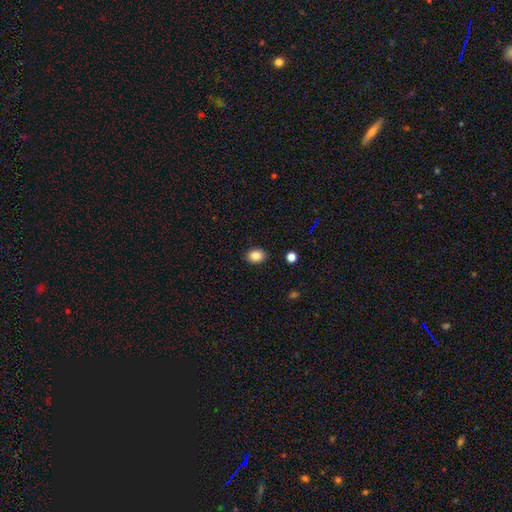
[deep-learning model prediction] Overall: smooth (86%). How rounded: in between (66%; round 33%). Merging: none (89%).